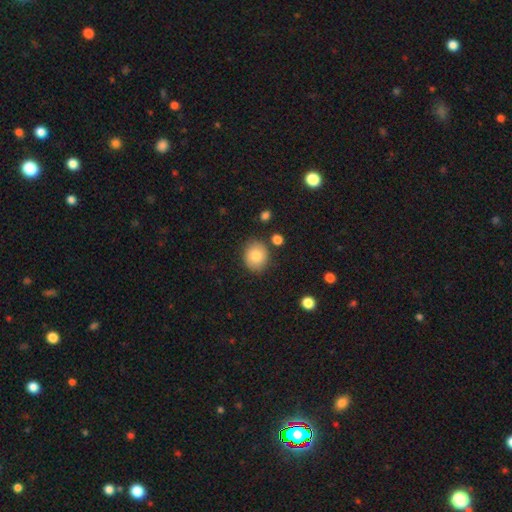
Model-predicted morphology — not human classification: The model was most divided on "how rounded": round: 71%, in between: 28%, cigar-shaped: 1%. More confident: merging — none (83%); smooth or featured — smooth (80%).